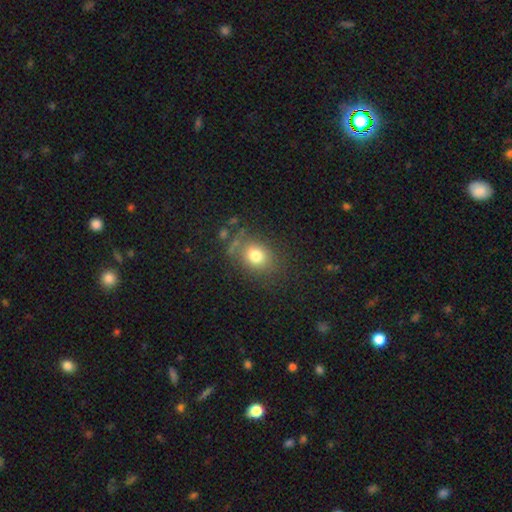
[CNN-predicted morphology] smooth-or-featured: smooth: 76% | star or artifact: 13% | featured or disk: 11%
  how-rounded: round: 53% | in between: 46% | cigar-shaped: 1%
  merging: none: 70% | minor disturbance: 17% | major disturbance: 8% | merger: 5%